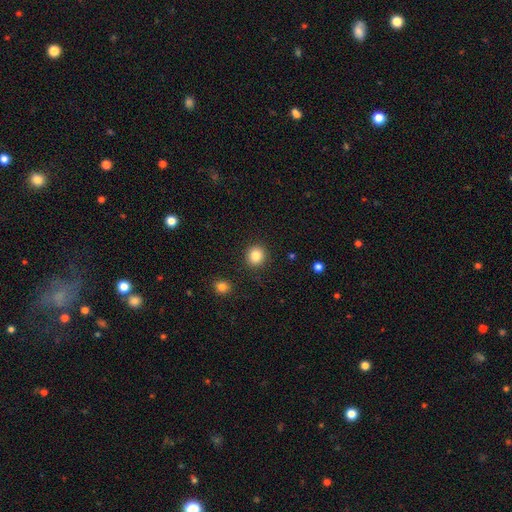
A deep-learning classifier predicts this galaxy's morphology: Q: Smooth or featured?
A: smooth (84%); runner-up: star or artifact (10%)
Q: How rounded?
A: round (89%); runner-up: in between (10%)
Q: Merging?
A: none (91%); runner-up: minor disturbance (6%)